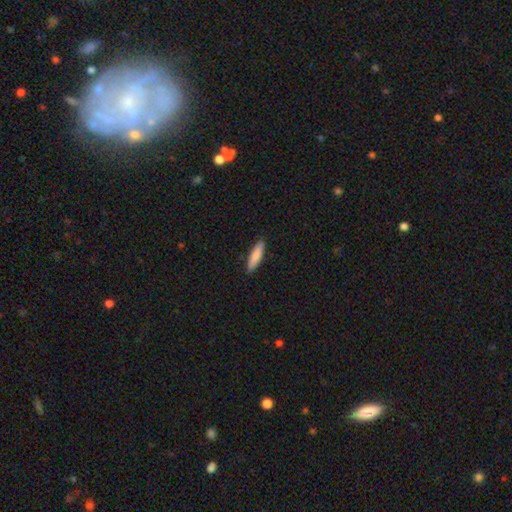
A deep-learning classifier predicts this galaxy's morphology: Q: Smooth or featured?
A: smooth (83%); runner-up: featured or disk (11%)
Q: How rounded?
A: cigar-shaped (76%); runner-up: in between (23%)
Q: Merging?
A: none (89%); runner-up: minor disturbance (8%)